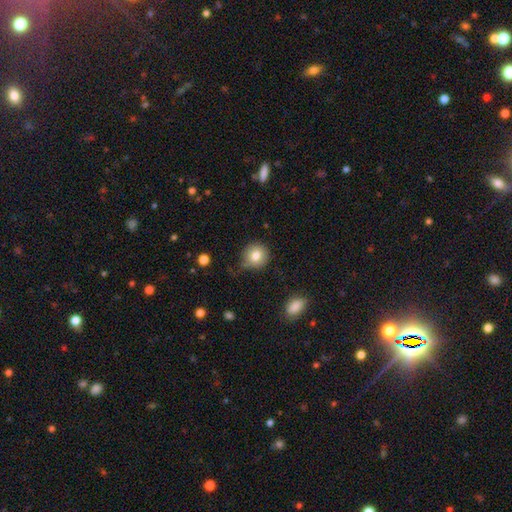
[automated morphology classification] smooth_or_featured: smooth (p=0.81) [alt: star or artifact p=0.10]
how_rounded: round (p=0.92) [alt: in between p=0.07]
merging: none (p=0.76) [alt: minor disturbance p=0.17]